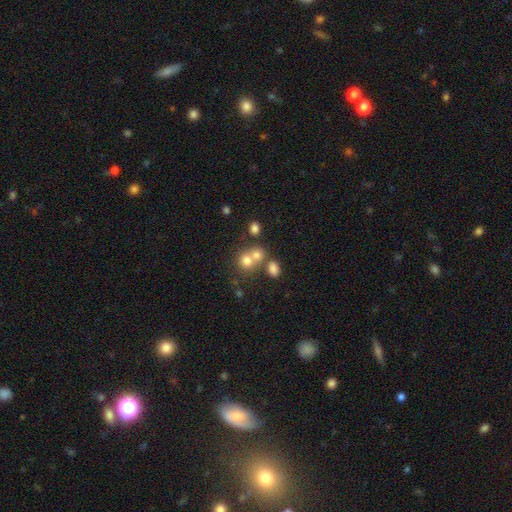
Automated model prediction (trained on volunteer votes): Smooth or featured: smooth — 68% (featured or disk — 16%)
How rounded: round — 75% (in between — 24%)
Merging: merger — 48% (none — 41%)